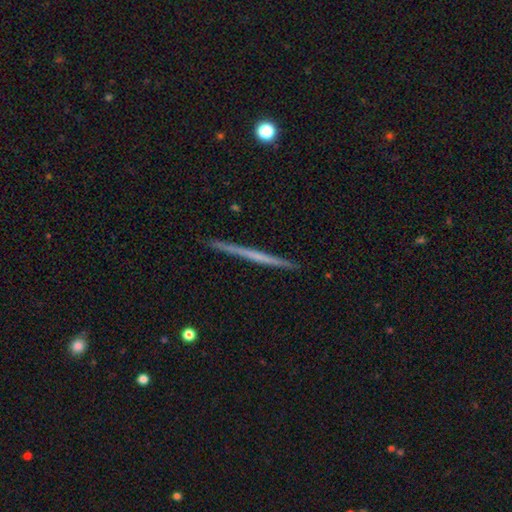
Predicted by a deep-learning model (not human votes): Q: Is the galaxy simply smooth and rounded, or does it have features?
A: featured or disk — 57%.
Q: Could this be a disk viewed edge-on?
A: yes — 98%.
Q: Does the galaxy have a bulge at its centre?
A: none — 92%.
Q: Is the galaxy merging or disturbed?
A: none — 92%.